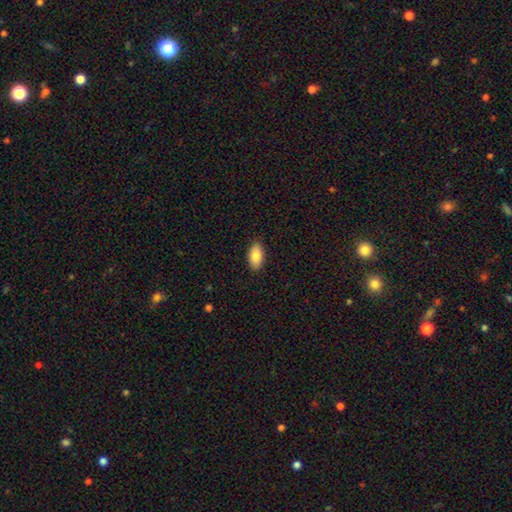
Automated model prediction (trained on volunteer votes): smooth_or_featured: smooth (p=0.86) [alt: featured or disk p=0.07]
how_rounded: in between (p=0.92) [alt: cigar-shaped p=0.05]
merging: none (p=0.88) [alt: minor disturbance p=0.09]